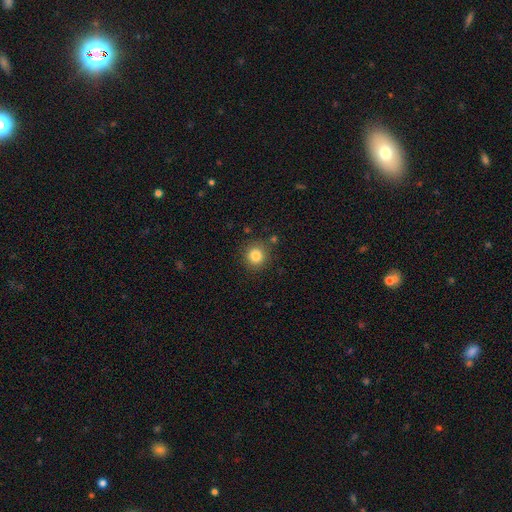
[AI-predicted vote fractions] A smooth galaxy with no disk features (83%) that is round (92%).

Vote fractions:
- Smooth or featured? smooth: 83% / star or artifact: 11% / featured or disk: 5%
- How rounded? round: 92% / in between: 7% / cigar-shaped: 1%
- Merging? none: 85% / minor disturbance: 9% / merger: 3% / major disturbance: 3%